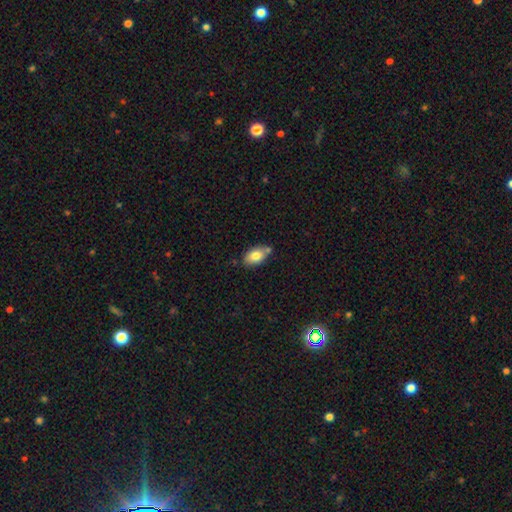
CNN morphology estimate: A smooth galaxy with no disk features (79%) that is in between round and cigar-shaped (89%).

Vote fractions:
- Smooth or featured? smooth: 79% / featured or disk: 13% / star or artifact: 8%
- How rounded? in between: 89% / round: 9% / cigar-shaped: 2%
- Merging? none: 66% / minor disturbance: 17% / merger: 14% / major disturbance: 3%